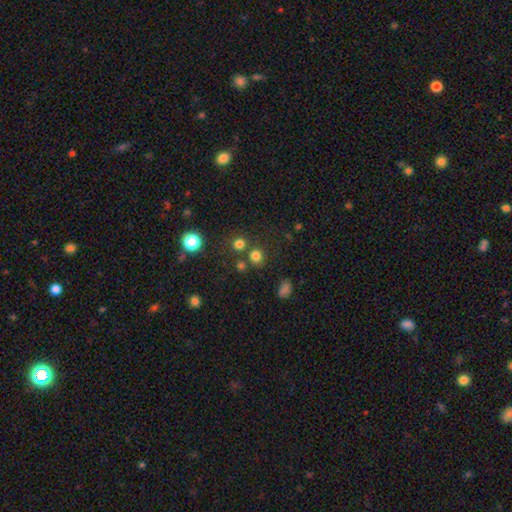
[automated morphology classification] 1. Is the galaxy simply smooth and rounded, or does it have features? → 75% smooth, 19% star or artifact, 6% featured or disk.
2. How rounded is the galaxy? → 88% round, 11% in between, 1% cigar-shaped.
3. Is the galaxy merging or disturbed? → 74% none, 15% merger, 8% minor disturbance, 4% major disturbance.